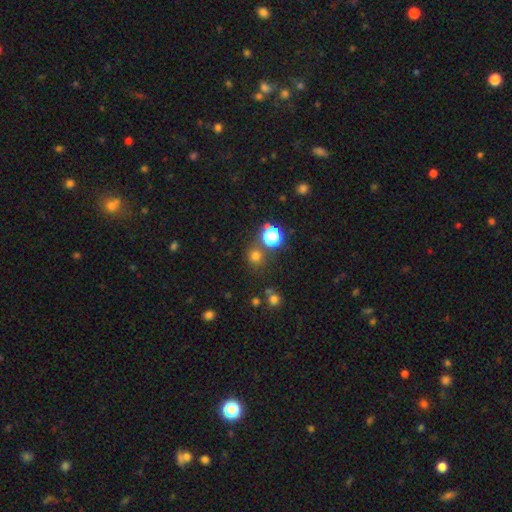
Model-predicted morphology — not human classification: smooth-or-featured: smooth: 69% | star or artifact: 25% | featured or disk: 5%
  how-rounded: round: 92% | in between: 7% | cigar-shaped: 1%
  merging: none: 79% | merger: 9% | minor disturbance: 8% | major disturbance: 3%